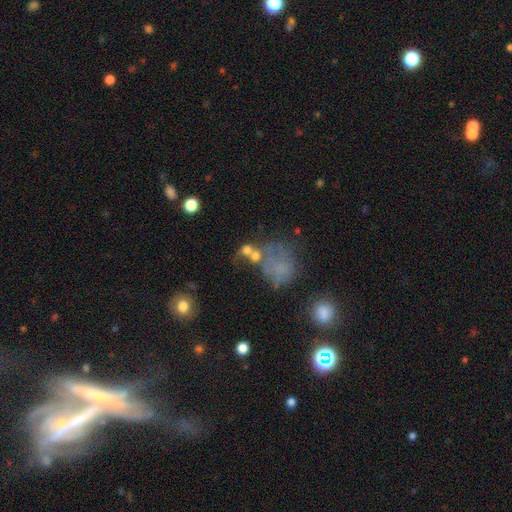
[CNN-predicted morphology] smooth 50%, featured or disk 31%, star or artifact 19%. Down the decision tree: how rounded — round (56%); merging — none (30%).